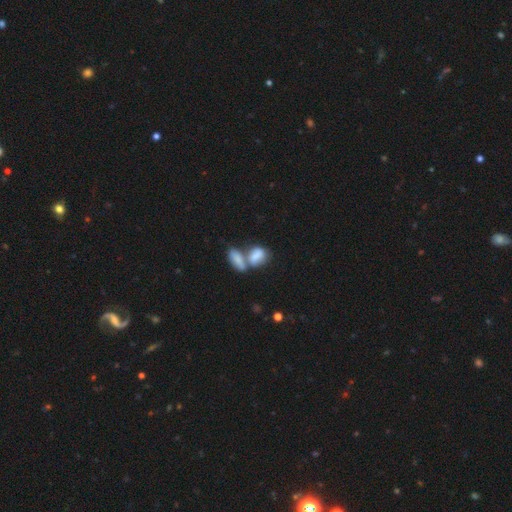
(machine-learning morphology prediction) This is likely a smooth galaxy (75%). How rounded: clearly in between (83%). Merging: likely merger (64%).